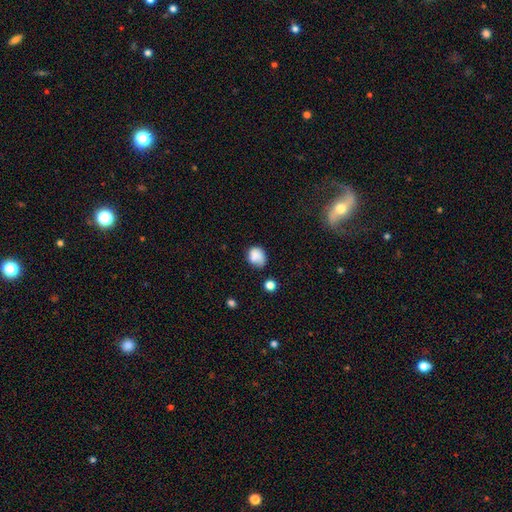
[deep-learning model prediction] A smooth galaxy with no disk features (79%) that is in between round and cigar-shaped (51%).

Vote fractions:
- Smooth or featured? smooth: 79% / featured or disk: 12% / star or artifact: 9%
- How rounded? in between: 51% / round: 48% / cigar-shaped: 1%
- Merging? none: 48% / minor disturbance: 31% / major disturbance: 13% / merger: 8%